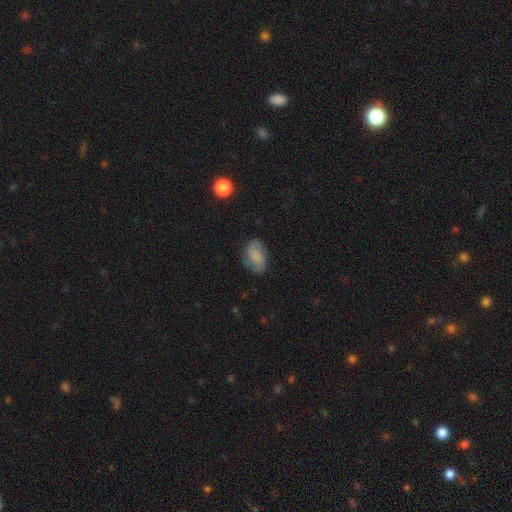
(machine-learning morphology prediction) Overall: smooth (65%; featured or disk 26%). How rounded: in between (88%). Merging: none (73%).